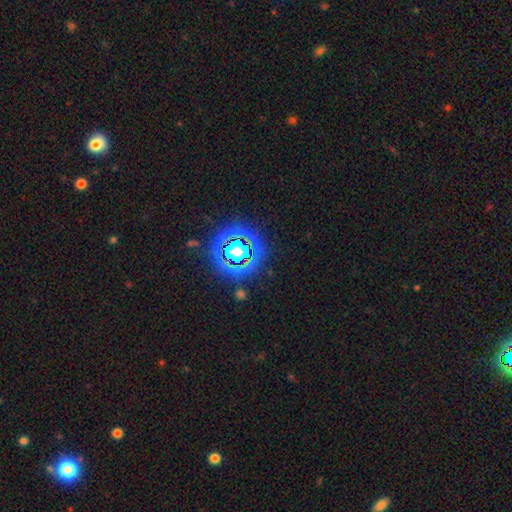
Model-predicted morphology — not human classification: type=star or artifact (84%).